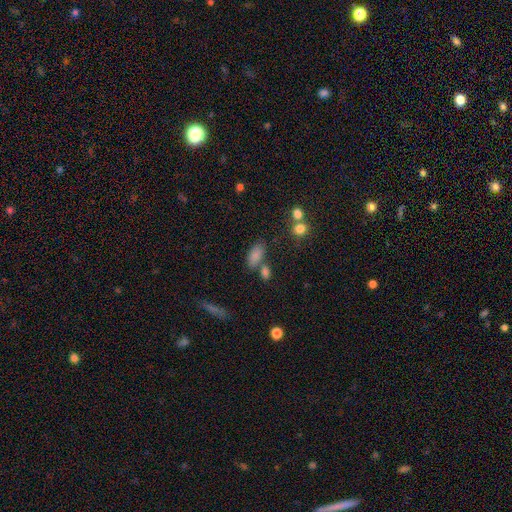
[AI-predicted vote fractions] Q: Smooth or featured?
A: smooth (82%); runner-up: star or artifact (11%)
Q: How rounded?
A: in between (87%); runner-up: cigar-shaped (8%)
Q: Merging?
A: none (58%); runner-up: merger (22%)